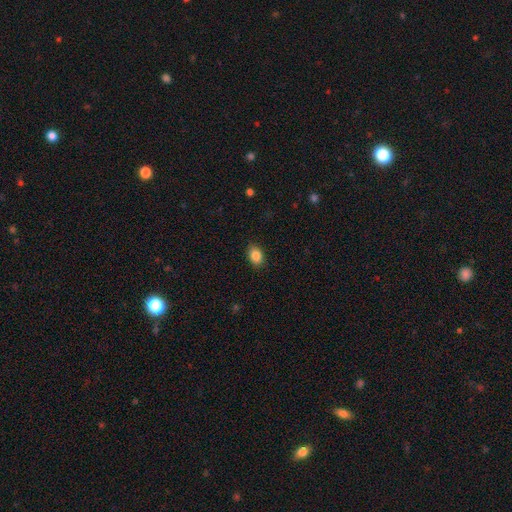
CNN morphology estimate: This is clearly a smooth galaxy (86%). How rounded: likely in between (74%). Merging: clearly none (86%).